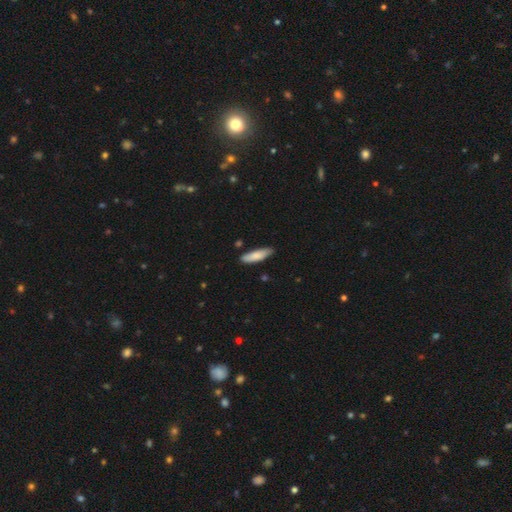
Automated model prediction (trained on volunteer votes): Smooth or featured? Predicted: smooth (p=0.81). How rounded? Predicted: cigar-shaped (p=0.61). Merging? Predicted: none (p=0.79).